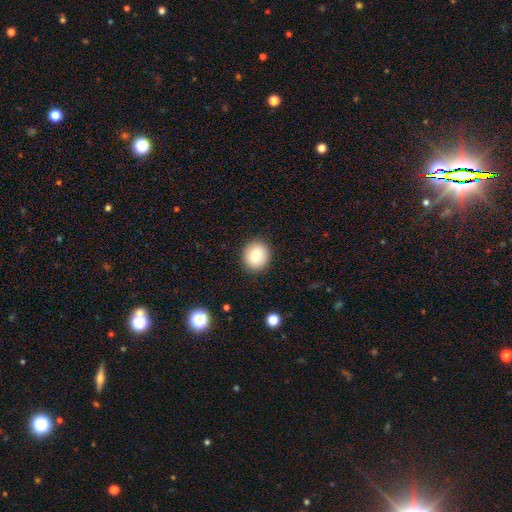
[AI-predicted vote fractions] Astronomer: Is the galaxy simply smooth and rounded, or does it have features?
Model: smooth — 80%.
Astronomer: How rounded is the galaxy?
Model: round — 84%.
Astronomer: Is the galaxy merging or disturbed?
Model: none — 90%.